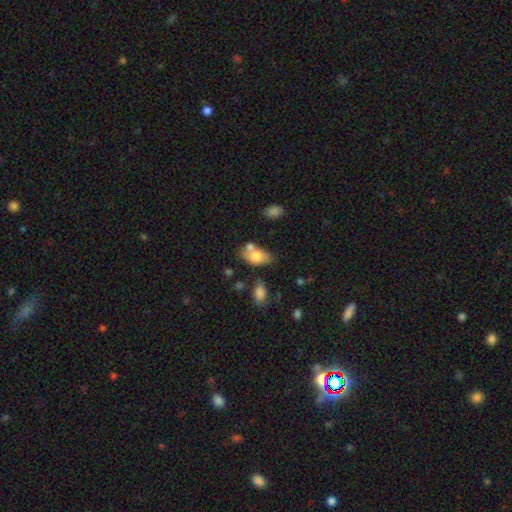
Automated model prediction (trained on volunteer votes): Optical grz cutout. It shows a smooth galaxy with no disk features (71%) that is in between round and cigar-shaped (89%). Merging: none (45%).